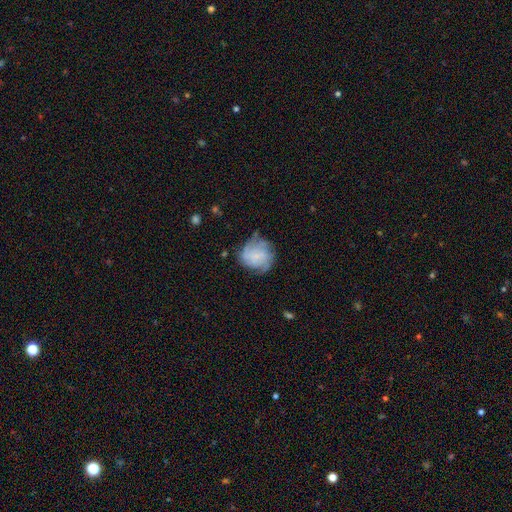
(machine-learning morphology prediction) Q: Smooth or featured?
A: featured or disk (53%); runner-up: smooth (38%)
Q: Edge-on disk?
A: no (98%); runner-up: yes (2%)
Q: Bar?
A: no (71%); runner-up: weak (24%)
Q: Spiral arms?
A: yes (82%); runner-up: no (18%)
Q: Bulge size?
A: small (42%); runner-up: none (41%)
Q: Merging?
A: none (59%); runner-up: minor disturbance (25%)